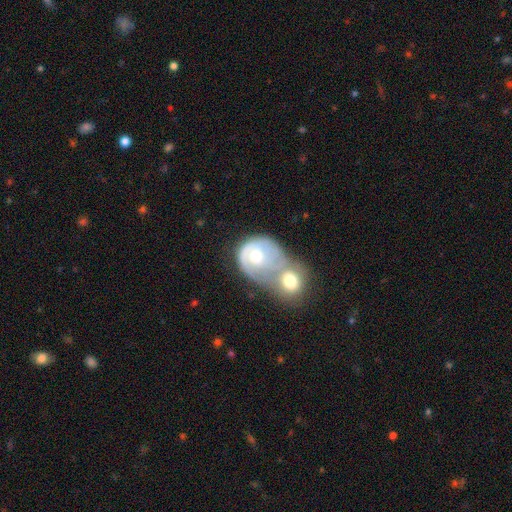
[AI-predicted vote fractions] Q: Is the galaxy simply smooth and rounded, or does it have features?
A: featured or disk — 63%.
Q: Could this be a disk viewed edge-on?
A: no — 97%.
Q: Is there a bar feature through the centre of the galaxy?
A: no — 78%.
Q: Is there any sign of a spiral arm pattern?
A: yes — 73%.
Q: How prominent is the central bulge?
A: moderate — 69%.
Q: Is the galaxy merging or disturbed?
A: merger — 73%.